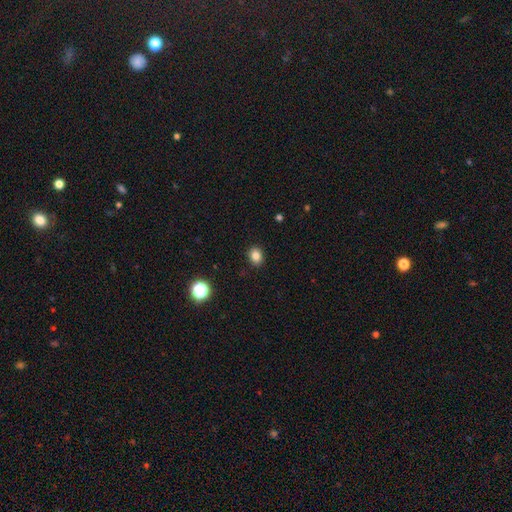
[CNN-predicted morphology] This is clearly a smooth galaxy (83%). How rounded: possibly round (51%). Merging: clearly none (90%).